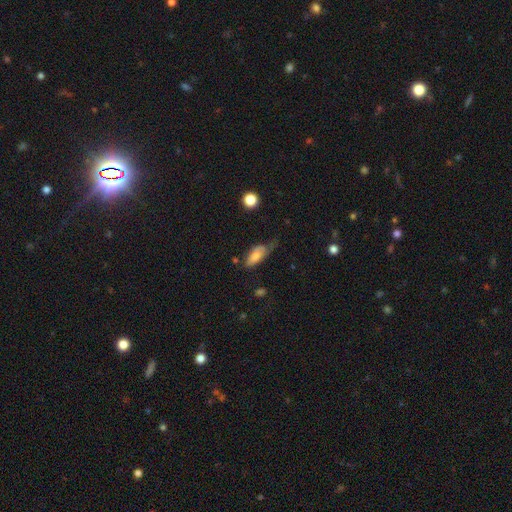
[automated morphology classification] A smooth galaxy with no disk features (70%) that is in between round and cigar-shaped (81%). Merging: minor disturbance (38%).